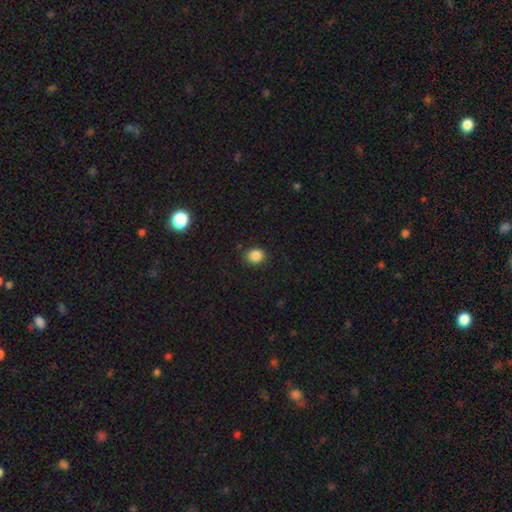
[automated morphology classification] A smooth galaxy with no disk features (86%) that is round (80%).

Vote fractions:
- Smooth or featured? smooth: 86% / star or artifact: 11% / featured or disk: 3%
- How rounded? round: 80% / in between: 19% / cigar-shaped: 1%
- Merging? none: 88% / minor disturbance: 8% / major disturbance: 2% / merger: 1%